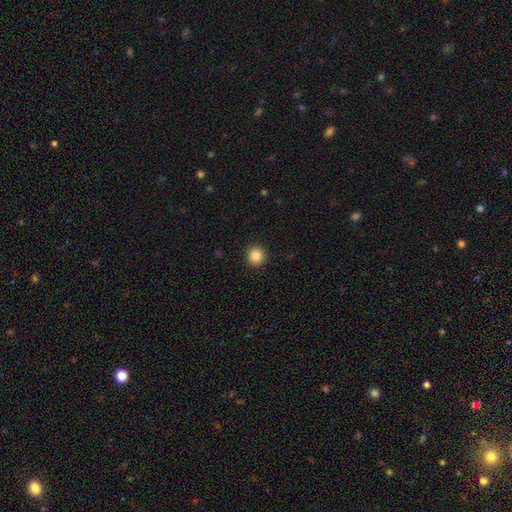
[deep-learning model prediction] Smooth or featured?
  - smooth: 87% *
  - star or artifact: 9%
  - featured or disk: 3%
How rounded?
  - round: 93% *
  - in between: 6%
  - cigar-shaped: 1%
Merging?
  - none: 92% *
  - minor disturbance: 5%
  - major disturbance: 2%
  - merger: 1%